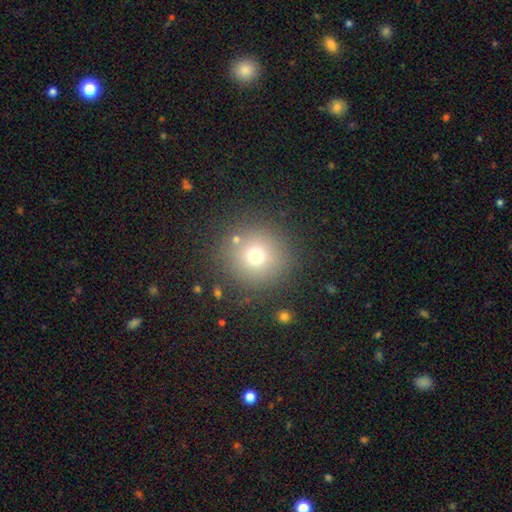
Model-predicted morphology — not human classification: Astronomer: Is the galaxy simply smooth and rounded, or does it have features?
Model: smooth — 70%.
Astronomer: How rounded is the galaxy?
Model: round — 95%.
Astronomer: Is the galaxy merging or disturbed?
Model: none — 84%.